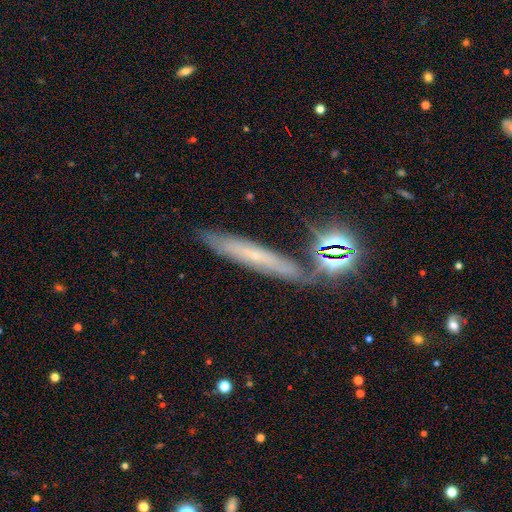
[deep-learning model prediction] Q: Smooth or featured?
A: featured or disk (46%); runner-up: smooth (34%)
Q: Merging?
A: none (78%); runner-up: minor disturbance (13%)